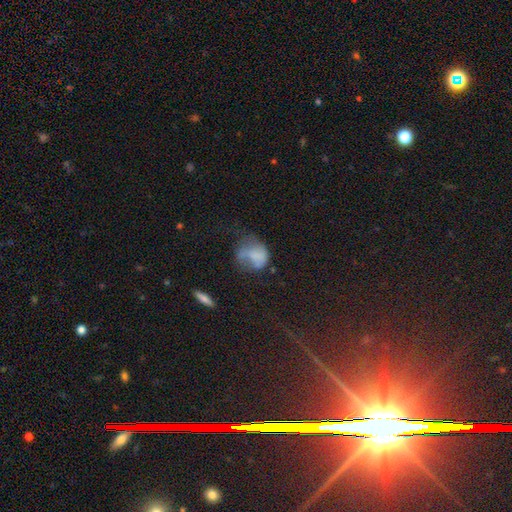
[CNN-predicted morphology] Overall: smooth (60%; featured or disk 28%). How rounded: in between (50%; round 49%). Merging: major disturbance (40%; none 27%).